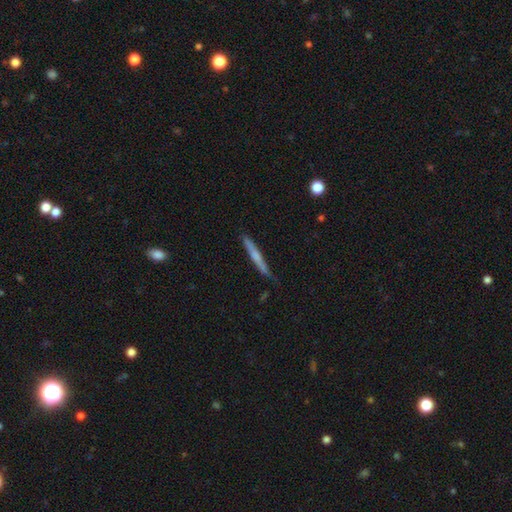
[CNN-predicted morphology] type=smooth (48%); merging=none (80%).